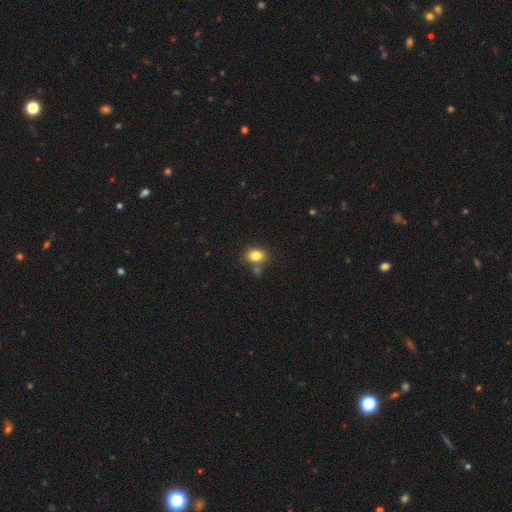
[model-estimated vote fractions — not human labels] This is clearly a smooth galaxy (82%). How rounded: likely in between (63%). Merging: likely none (67%).